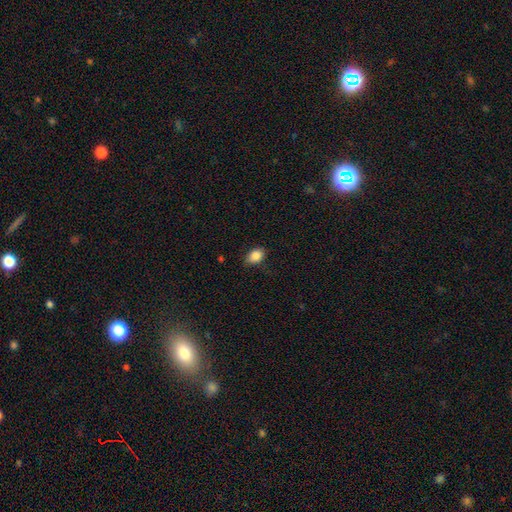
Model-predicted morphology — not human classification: Smooth or featured? smooth (86%)
How rounded? in between (77%)
Merging? none (76%)